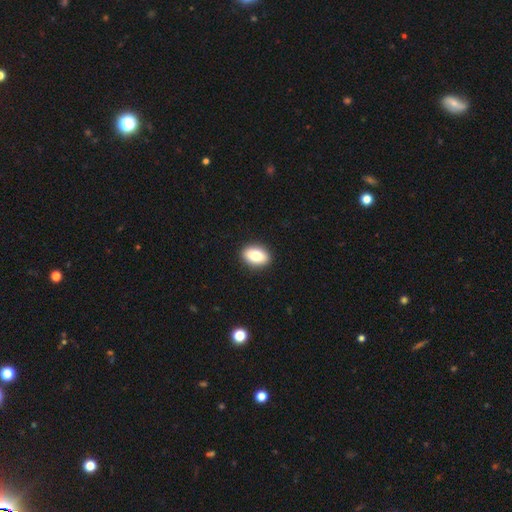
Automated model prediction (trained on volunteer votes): This is clearly a smooth galaxy (81%). How rounded: clearly in between (84%). Merging: clearly none (91%).